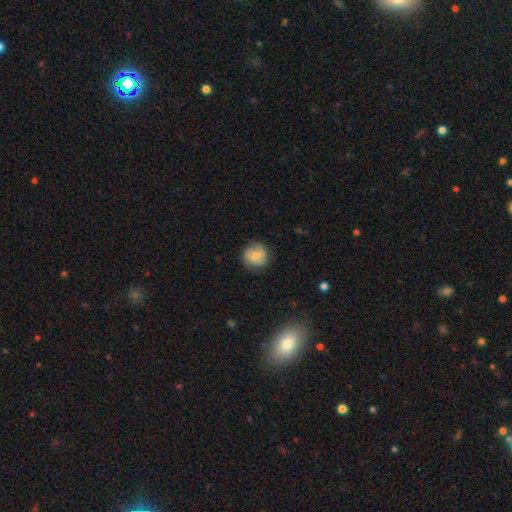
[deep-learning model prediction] Smooth or featured? Predicted: smooth (p=0.64). How rounded? Predicted: round (p=0.89). Merging? Predicted: none (p=0.79).